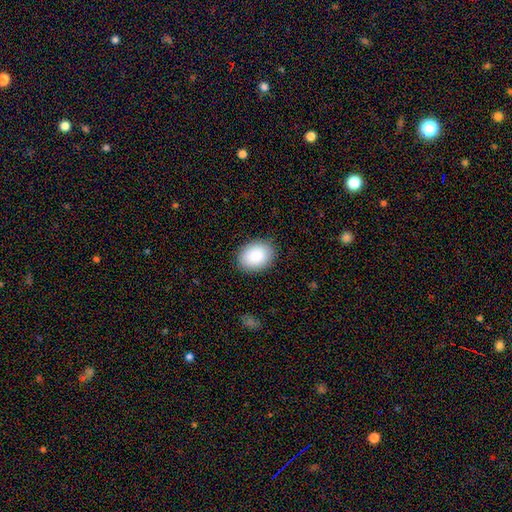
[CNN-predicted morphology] A smooth galaxy with no disk features (89%) that is in between round and cigar-shaped (69%). Merging: none (87%).